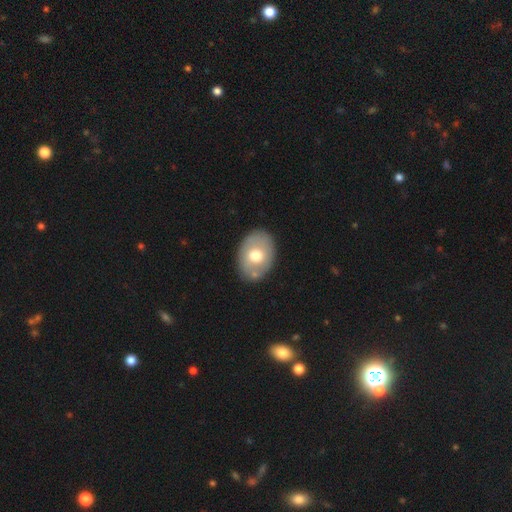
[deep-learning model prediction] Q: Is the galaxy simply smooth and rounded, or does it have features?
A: smooth — 65%.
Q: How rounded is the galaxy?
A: in between — 75%.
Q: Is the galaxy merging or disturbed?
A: none — 80%.